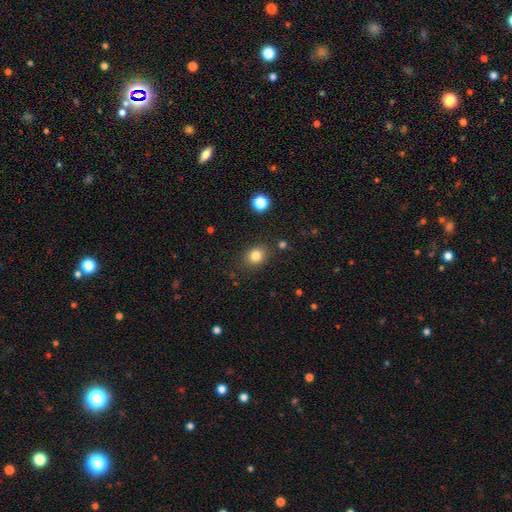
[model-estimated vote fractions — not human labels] This is clearly a smooth galaxy (82%). How rounded: likely round (63%). Merging: clearly none (84%).